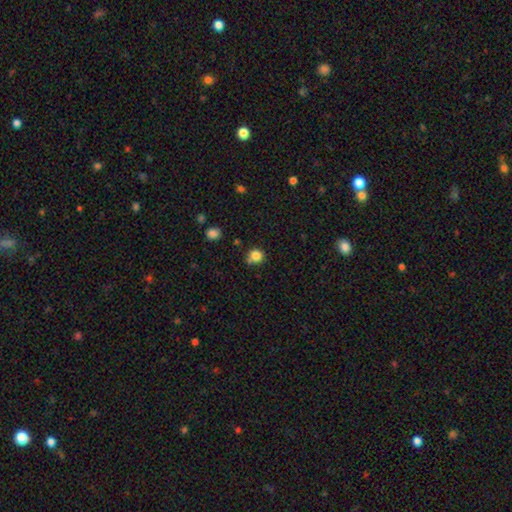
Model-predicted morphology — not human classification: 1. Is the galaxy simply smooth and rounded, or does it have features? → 83% smooth, 12% star or artifact, 5% featured or disk.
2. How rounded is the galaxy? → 89% round, 10% in between, 1% cigar-shaped.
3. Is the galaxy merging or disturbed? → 68% none, 16% minor disturbance, 12% merger, 4% major disturbance.